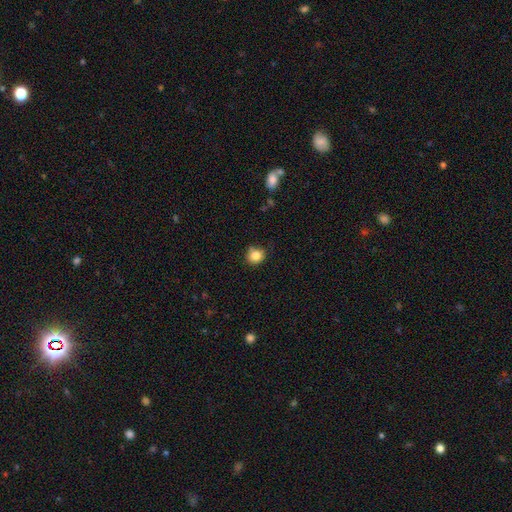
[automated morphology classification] type=smooth (82%); roundness=round (84%); merging=none (76%).